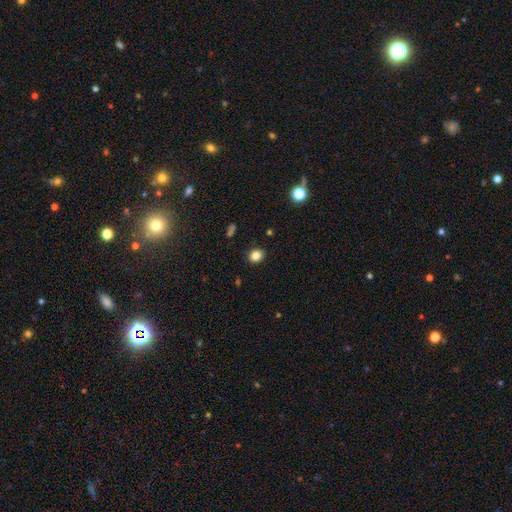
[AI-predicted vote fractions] A smooth galaxy with no disk features (84%) that is round (61%).

Vote fractions:
- Smooth or featured? smooth: 84% / star or artifact: 11% / featured or disk: 5%
- How rounded? round: 61% / in between: 38% / cigar-shaped: 1%
- Merging? none: 89% / minor disturbance: 8% / major disturbance: 2% / merger: 1%